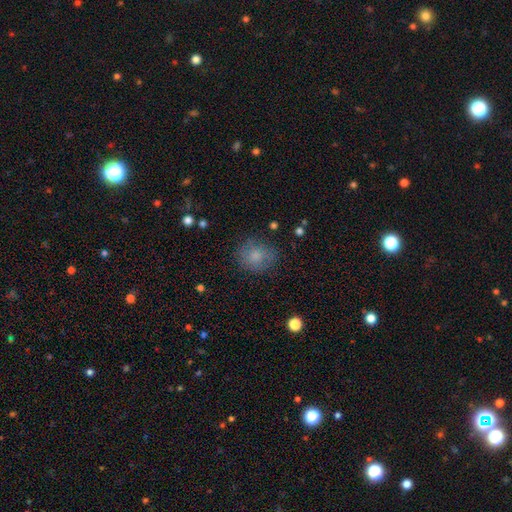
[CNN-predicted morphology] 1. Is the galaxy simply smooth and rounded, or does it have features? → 78% smooth, 12% featured or disk, 10% star or artifact.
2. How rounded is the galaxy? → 79% round, 20% in between, 1% cigar-shaped.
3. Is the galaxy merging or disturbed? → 76% none, 16% minor disturbance, 6% major disturbance, 2% merger.